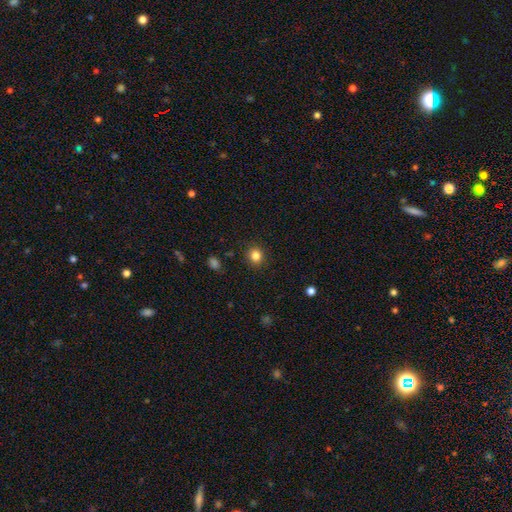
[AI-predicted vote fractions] Overall: smooth (83%). How rounded: round (87%). Merging: none (91%).